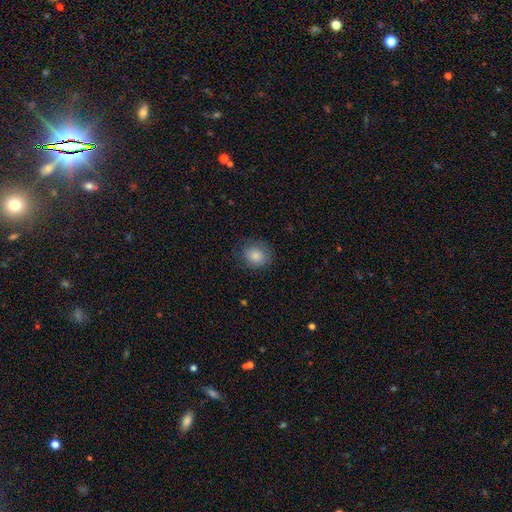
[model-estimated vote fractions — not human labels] smooth_or_featured: smooth (p=0.85) [alt: star or artifact p=0.08]
how_rounded: round (p=0.65) [alt: in between p=0.34]
merging: none (p=0.76) [alt: minor disturbance p=0.17]